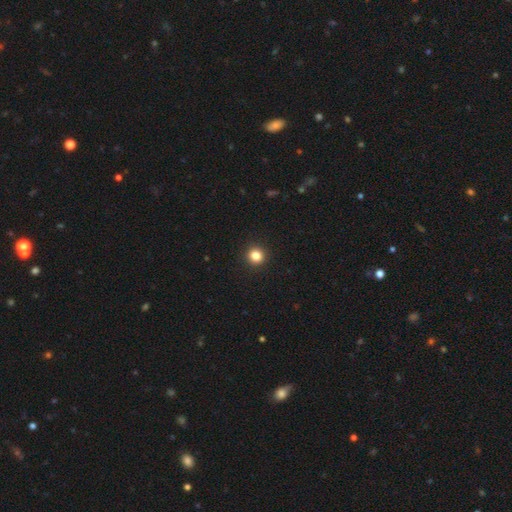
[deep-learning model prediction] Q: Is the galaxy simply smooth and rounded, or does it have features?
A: smooth — 84%.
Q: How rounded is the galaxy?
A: round — 93%.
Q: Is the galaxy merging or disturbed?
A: none — 93%.